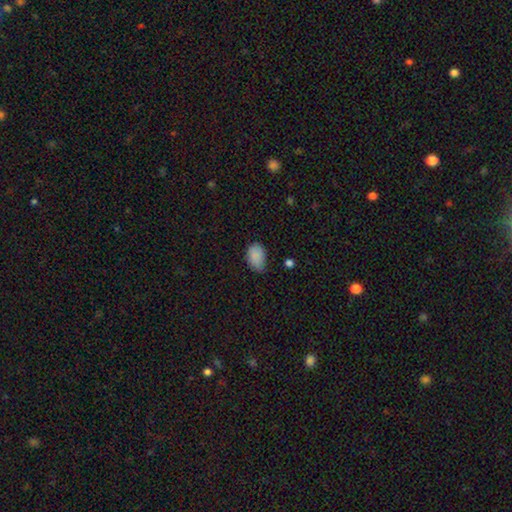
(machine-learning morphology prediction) Smooth or featured? Predicted: smooth (p=0.87). How rounded? Predicted: in between (p=0.83). Merging? Predicted: none (p=0.58).